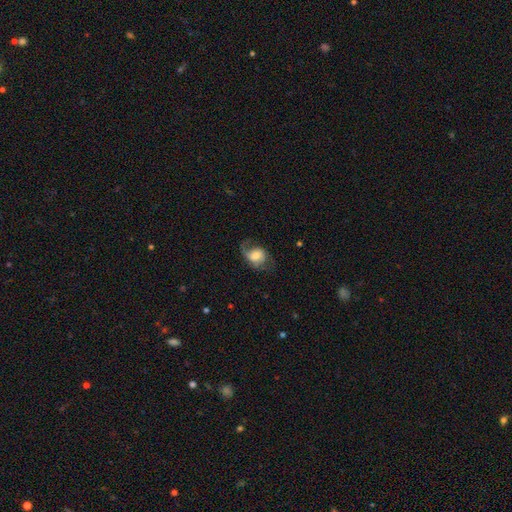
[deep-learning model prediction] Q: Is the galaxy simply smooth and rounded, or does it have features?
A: featured or disk — 53%.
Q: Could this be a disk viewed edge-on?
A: no — 96%.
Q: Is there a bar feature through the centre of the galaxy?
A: no — 62%.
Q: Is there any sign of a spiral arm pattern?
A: yes — 85%.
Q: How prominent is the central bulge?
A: moderate — 42%.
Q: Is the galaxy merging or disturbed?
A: none — 44%.